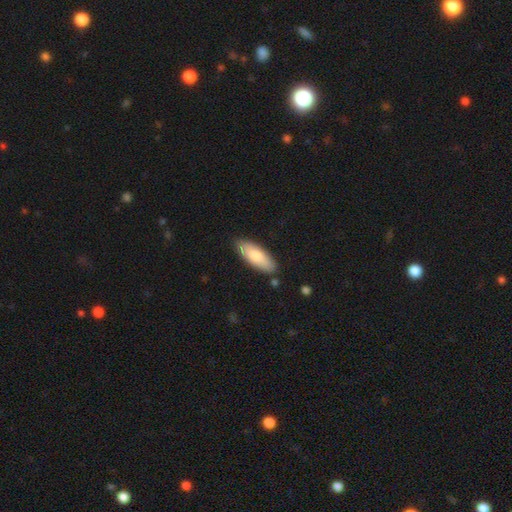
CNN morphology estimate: A smooth galaxy with no disk features (77%) that is in between round and cigar-shaped (73%). Merging: none (81%).